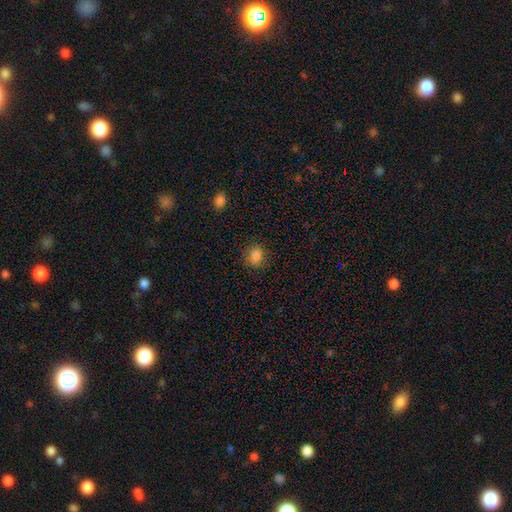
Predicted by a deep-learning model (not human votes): smooth_or_featured: smooth (p=0.84) [alt: star or artifact p=0.11]
how_rounded: round (p=0.50) [alt: in between p=0.48]
merging: none (p=0.84) [alt: minor disturbance p=0.12]